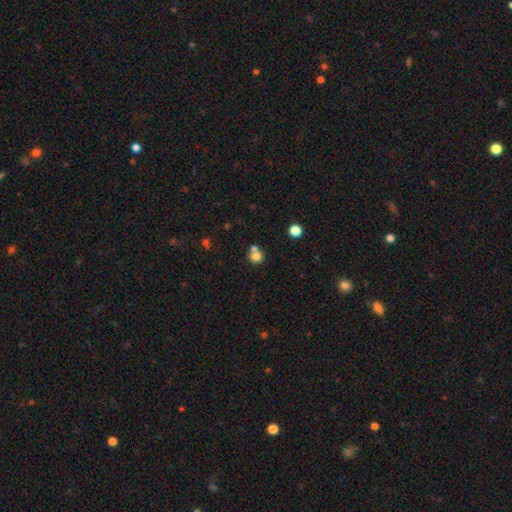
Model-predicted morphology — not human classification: smooth_or_featured: smooth (p=0.78) [alt: star or artifact p=0.13]
how_rounded: round (p=0.88) [alt: in between p=0.11]
merging: none (p=0.54) [alt: merger p=0.36]